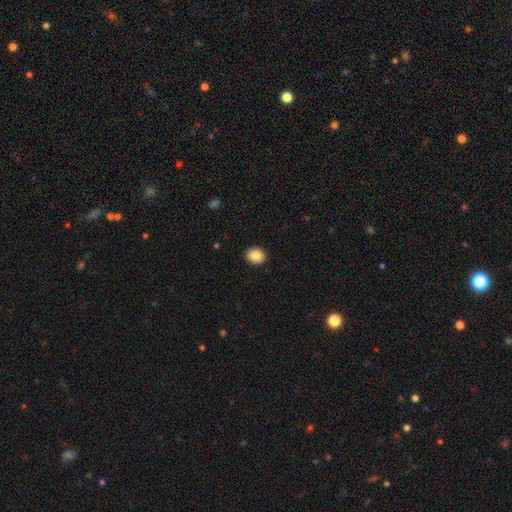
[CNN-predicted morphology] smooth-or-featured: smooth: 88% | star or artifact: 8% | featured or disk: 4%
  how-rounded: in between: 51% | round: 48% | cigar-shaped: 1%
  merging: none: 91% | minor disturbance: 7% | major disturbance: 2% | merger: 1%